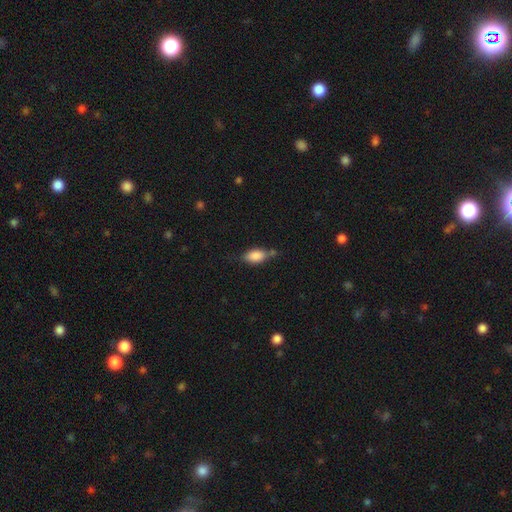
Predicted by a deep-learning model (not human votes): smooth 80%, featured or disk 12%, star or artifact 8%. Down the decision tree: how rounded — in between (87%); merging — none (49%).